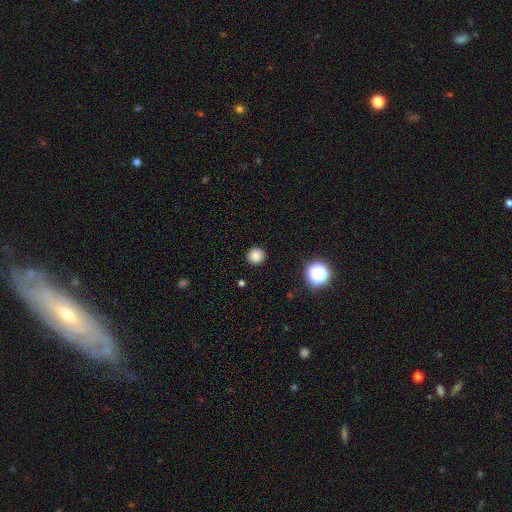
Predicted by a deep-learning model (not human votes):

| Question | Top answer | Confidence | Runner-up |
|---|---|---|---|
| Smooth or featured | smooth | 84% | star or artifact (12%) |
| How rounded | round | 94% | in between (5%) |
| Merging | none | 92% | minor disturbance (5%) |